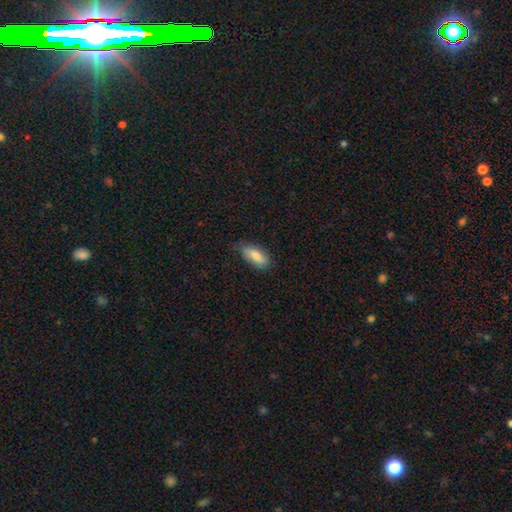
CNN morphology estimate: This is clearly a smooth galaxy (81%). How rounded: likely in between (78%). Merging: likely none (69%).